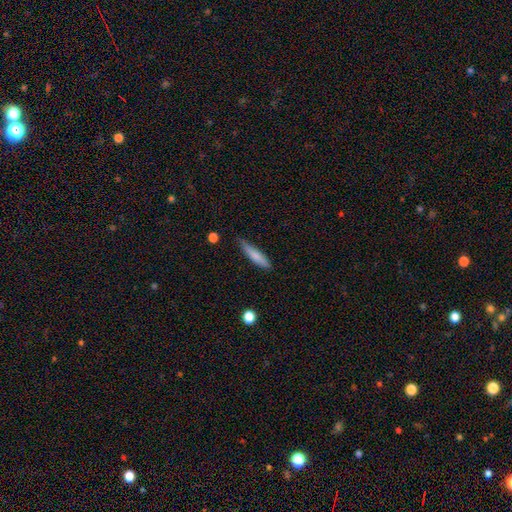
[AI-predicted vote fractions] Morphology: type=smooth (77%); roundness=cigar-shaped (81%); merging=none (71%).